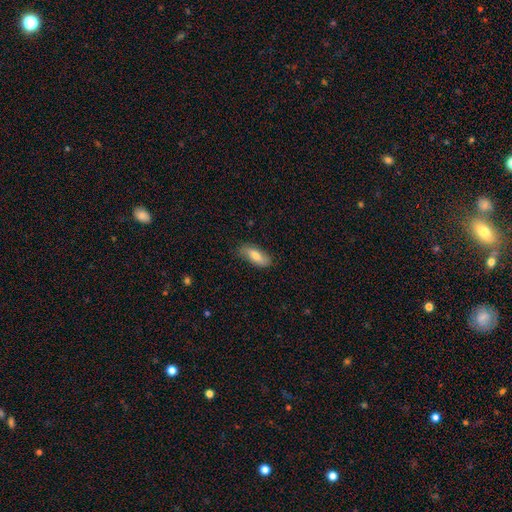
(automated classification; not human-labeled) smooth 73%, featured or disk 21%, star or artifact 6%. Down the decision tree: how rounded — in between (77%); merging — none (81%).